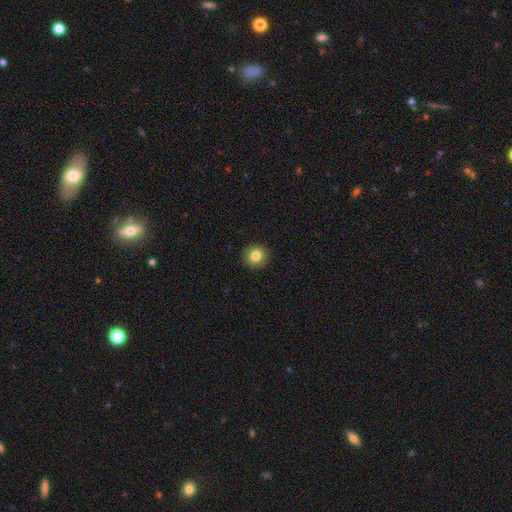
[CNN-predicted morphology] Smooth or featured? smooth (78%)
How rounded? round (82%)
Merging? none (90%)